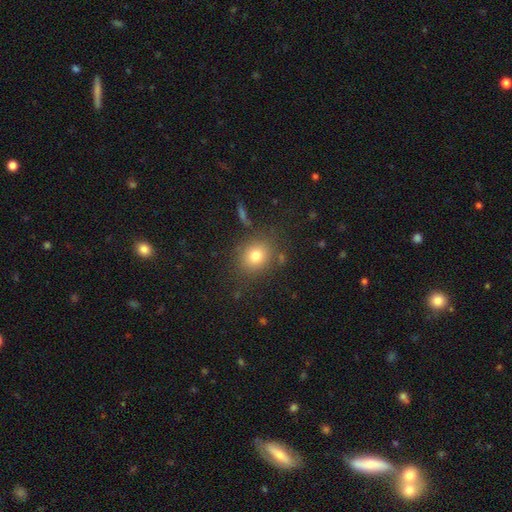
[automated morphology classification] Smooth or featured? smooth (77%)
How rounded? round (70%)
Merging? none (81%)